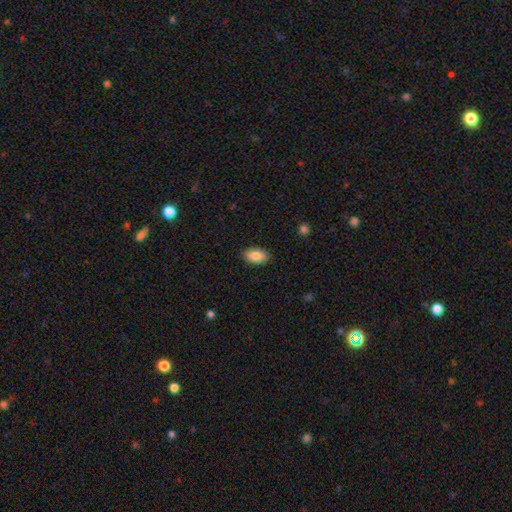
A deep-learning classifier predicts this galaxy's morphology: Smooth or featured?
  - smooth: 87% *
  - star or artifact: 7%
  - featured or disk: 6%
How rounded?
  - in between: 93% *
  - round: 5%
  - cigar-shaped: 2%
Merging?
  - none: 88% *
  - minor disturbance: 9%
  - major disturbance: 2%
  - merger: 1%